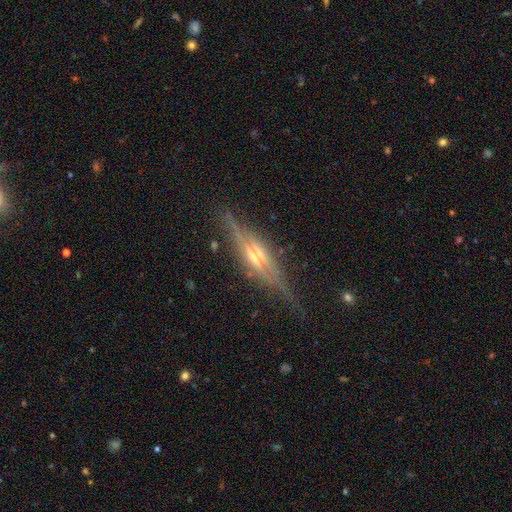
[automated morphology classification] A featured or disk galaxy (83%) viewed edge-on (96%) with a rounded central bulge (73%). Merging: none (83%).